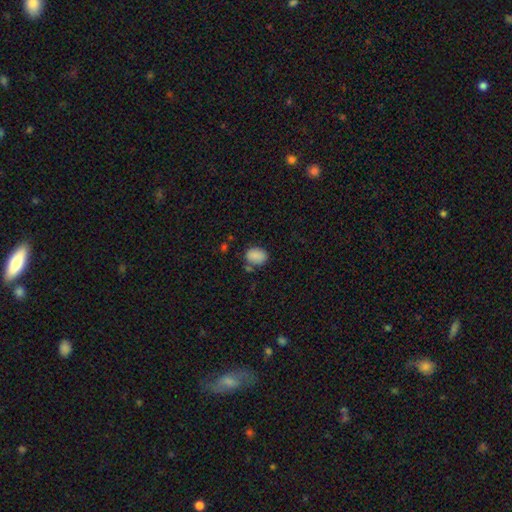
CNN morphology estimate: Smooth or featured? smooth (87%)
How rounded? in between (73%)
Merging? none (71%)